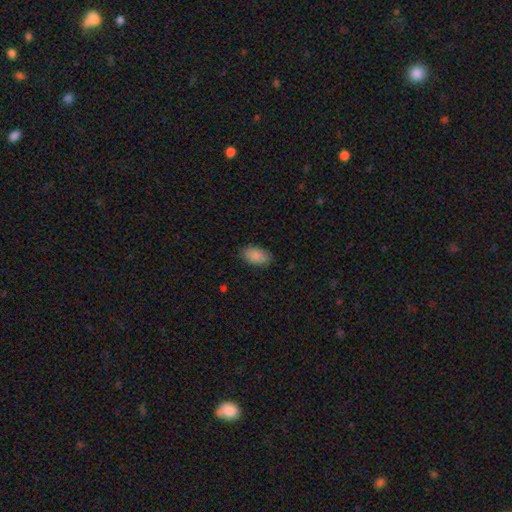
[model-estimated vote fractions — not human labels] Smooth or featured?
  - smooth: 89% *
  - star or artifact: 7%
  - featured or disk: 4%
How rounded?
  - in between: 93% *
  - round: 5%
  - cigar-shaped: 2%
Merging?
  - none: 85% *
  - minor disturbance: 12%
  - major disturbance: 3%
  - merger: 1%